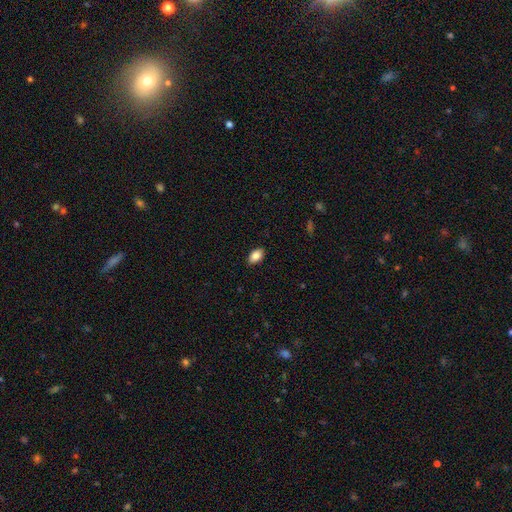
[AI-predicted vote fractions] Smooth or featured?
  - smooth: 86% *
  - star or artifact: 7%
  - featured or disk: 7%
How rounded?
  - in between: 92% *
  - round: 6%
  - cigar-shaped: 2%
Merging?
  - none: 89% *
  - minor disturbance: 8%
  - major disturbance: 2%
  - merger: 1%